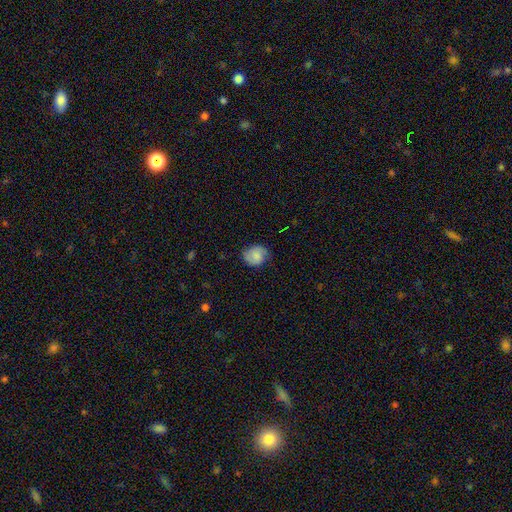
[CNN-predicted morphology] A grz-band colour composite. It shows a smooth galaxy with no disk features (61%) that is round (69%). Merging: none (73%).